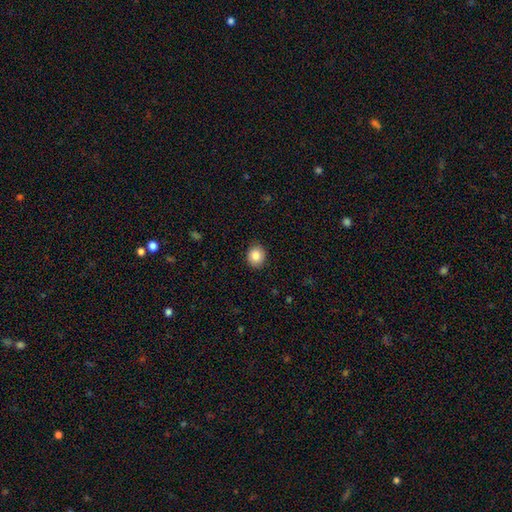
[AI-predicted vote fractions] A smooth galaxy with no disk features (86%) that is round (78%).

Vote fractions:
- Smooth or featured? smooth: 86% / star or artifact: 9% / featured or disk: 5%
- How rounded? round: 78% / in between: 21% / cigar-shaped: 1%
- Merging? none: 89% / minor disturbance: 8% / major disturbance: 2% / merger: 1%